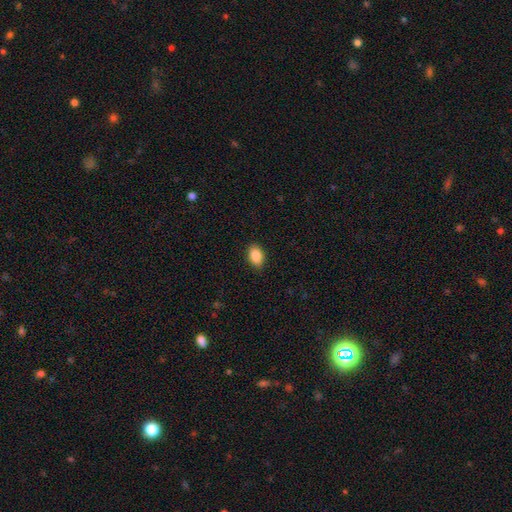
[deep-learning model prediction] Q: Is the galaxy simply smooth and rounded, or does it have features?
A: smooth — 88%.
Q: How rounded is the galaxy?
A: in between — 85%.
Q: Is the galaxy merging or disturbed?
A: none — 89%.